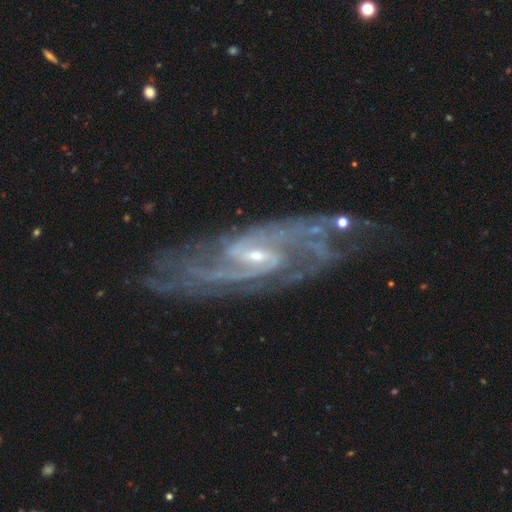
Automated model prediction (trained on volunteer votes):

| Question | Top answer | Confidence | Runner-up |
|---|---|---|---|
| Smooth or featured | featured or disk | 90% | star or artifact (6%) |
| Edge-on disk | no | 93% | yes (7%) |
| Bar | weak | 49% | no (30%) |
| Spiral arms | yes | 98% | no (2%) |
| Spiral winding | medium | 47% | tight (39%) |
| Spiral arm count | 2 | 53% | can't tell (17%) |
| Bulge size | small | 73% | moderate (23%) |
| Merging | none | 75% | minor disturbance (16%) |